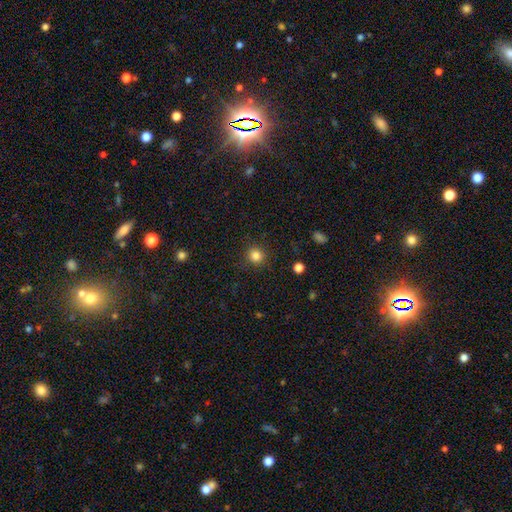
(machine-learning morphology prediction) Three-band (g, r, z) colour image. It shows a smooth galaxy with no disk features (84%) that is round (91%). Merging: none (89%).